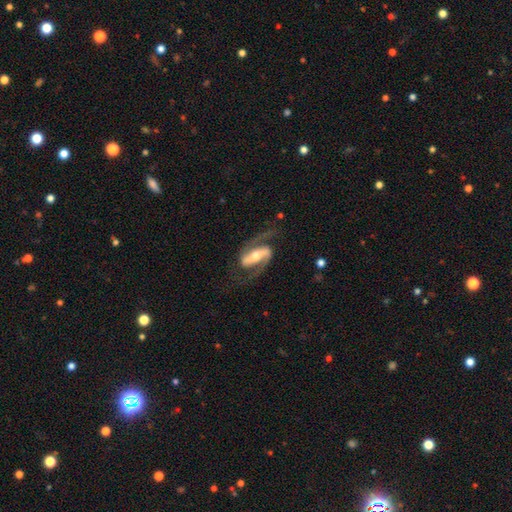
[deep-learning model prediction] Overall: featured or disk (90%). Edge-on disk: no (95%). Bar: strong (62%; weak 26%). Spiral arms: yes (97%). Spiral arm count: 2 (93%). Spiral winding: medium (54%; loose 30%). Bulge size: moderate (62%; small 25%). Merging: none (74%).